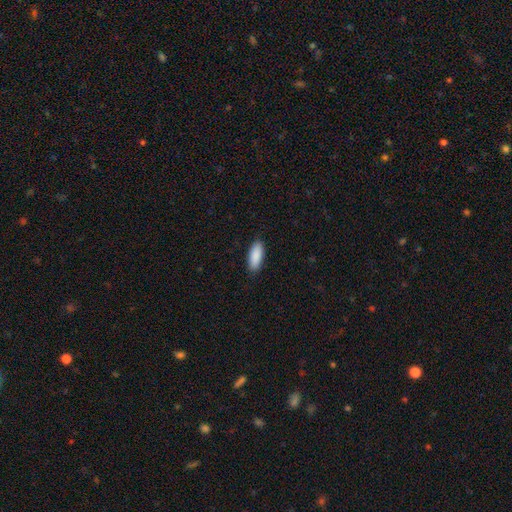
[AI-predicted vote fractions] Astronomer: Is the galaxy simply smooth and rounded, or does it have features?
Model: smooth — 90%.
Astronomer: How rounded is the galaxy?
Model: in between — 79%.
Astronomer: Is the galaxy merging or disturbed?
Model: none — 89%.